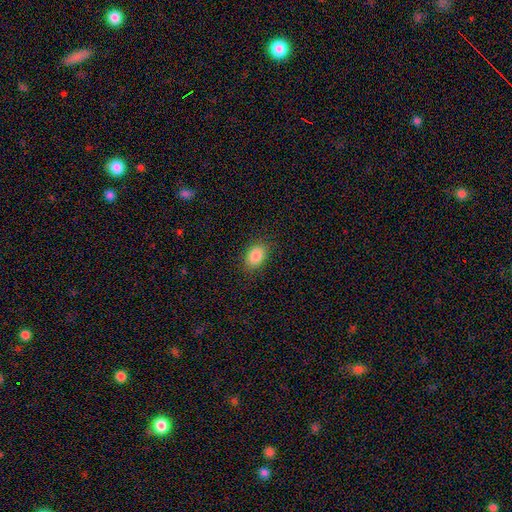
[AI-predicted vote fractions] A smooth galaxy with no disk features (87%) that is in between round and cigar-shaped (82%). Merging: none (86%).